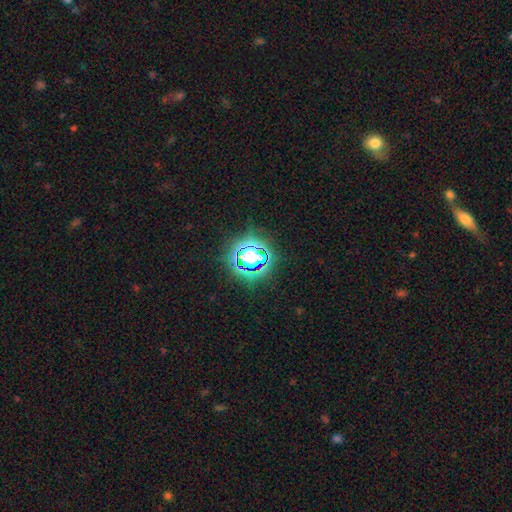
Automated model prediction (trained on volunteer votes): Overall: star or artifact (64%; smooth 25%).